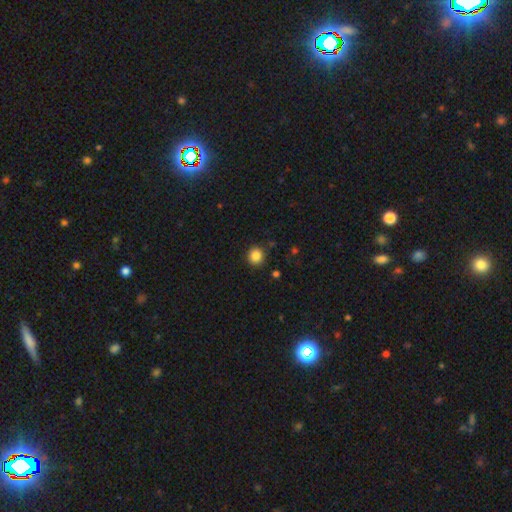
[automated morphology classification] smooth-or-featured: smooth: 86% | star or artifact: 11% | featured or disk: 3%
  how-rounded: round: 91% | in between: 8% | cigar-shaped: 1%
  merging: none: 89% | minor disturbance: 7% | major disturbance: 2% | merger: 2%